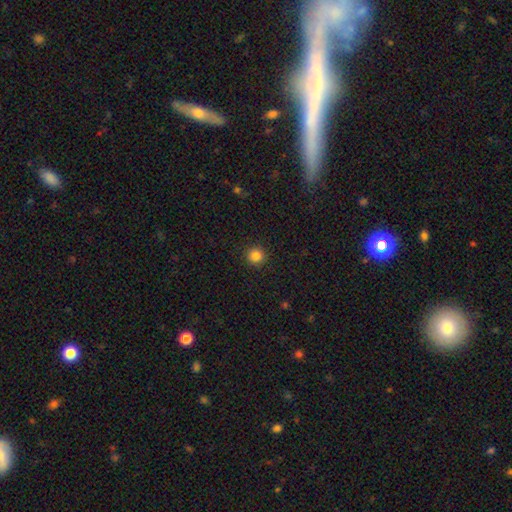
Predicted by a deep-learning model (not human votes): Q: Smooth or featured?
A: smooth (85%); runner-up: star or artifact (11%)
Q: How rounded?
A: round (95%); runner-up: in between (4%)
Q: Merging?
A: none (92%); runner-up: minor disturbance (5%)